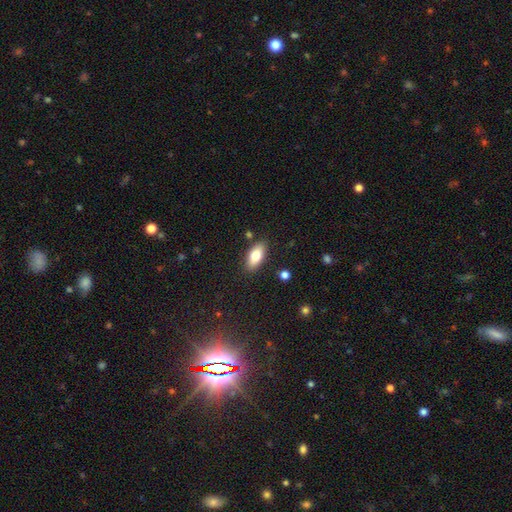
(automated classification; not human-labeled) This is likely a smooth galaxy (78%). How rounded: clearly in between (88%). Merging: clearly none (86%).